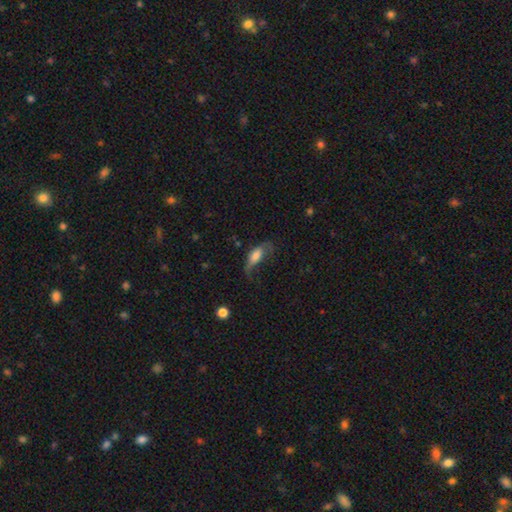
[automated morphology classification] type=smooth (64%); roundness=in between (75%); merging=major disturbance (38%).